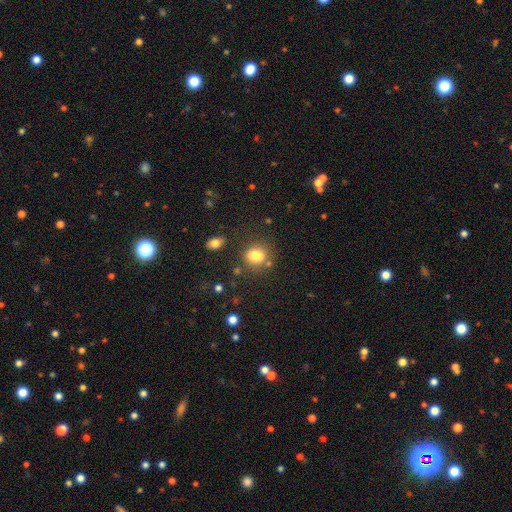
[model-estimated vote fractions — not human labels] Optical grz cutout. It shows a smooth galaxy with no disk features (76%) that is in between round and cigar-shaped (54%). Merging: none (55%).